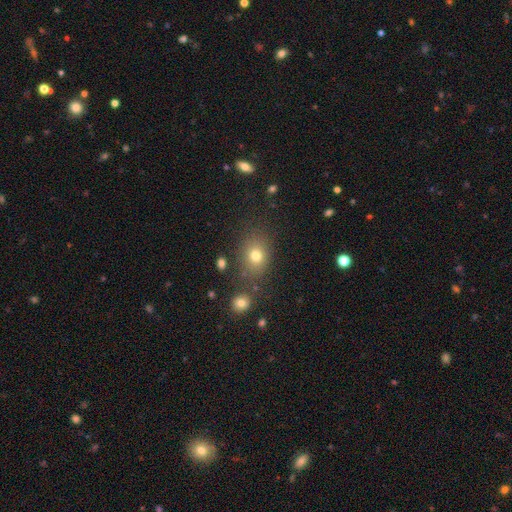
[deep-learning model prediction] A smooth galaxy with no disk features (75%) that is in between round and cigar-shaped (52%).

Vote fractions:
- Smooth or featured? smooth: 75% / star or artifact: 15% / featured or disk: 10%
- How rounded? in between: 52% / round: 47% / cigar-shaped: 1%
- Merging? none: 76% / minor disturbance: 13% / merger: 5% / major disturbance: 5%